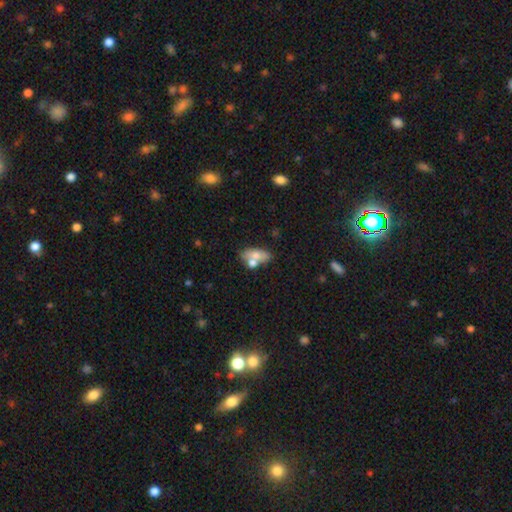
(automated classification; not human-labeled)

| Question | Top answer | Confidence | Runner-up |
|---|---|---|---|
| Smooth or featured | smooth | 61% | featured or disk (30%) |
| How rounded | in between | 82% | cigar-shaped (11%) |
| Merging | none | 44% | merger (35%) |